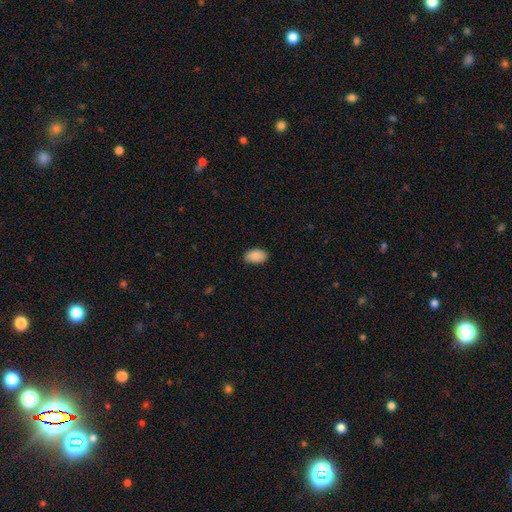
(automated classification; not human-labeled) The model was most divided on "merging": none: 85%, minor disturbance: 12%, major disturbance: 2%, merger: 1%. More confident: how rounded — in between (93%); smooth or featured — smooth (90%).